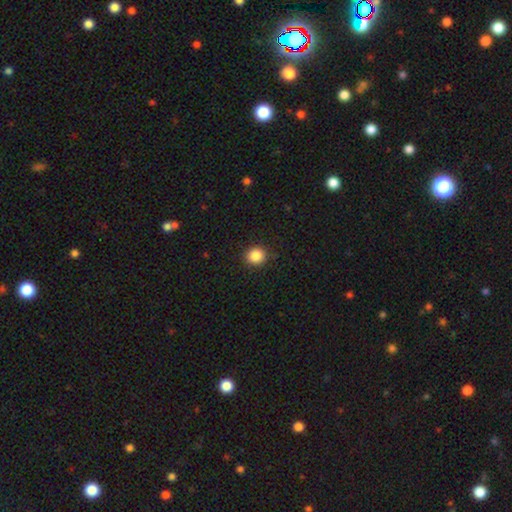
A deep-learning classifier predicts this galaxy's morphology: This is clearly a smooth galaxy (87%). How rounded: clearly round (87%). Merging: clearly none (90%).